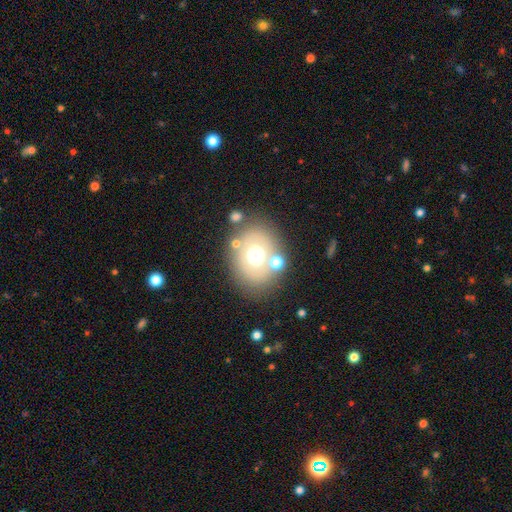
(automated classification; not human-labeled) Morphology: type=smooth (58%); roundness=round (60%); merging=none (75%).